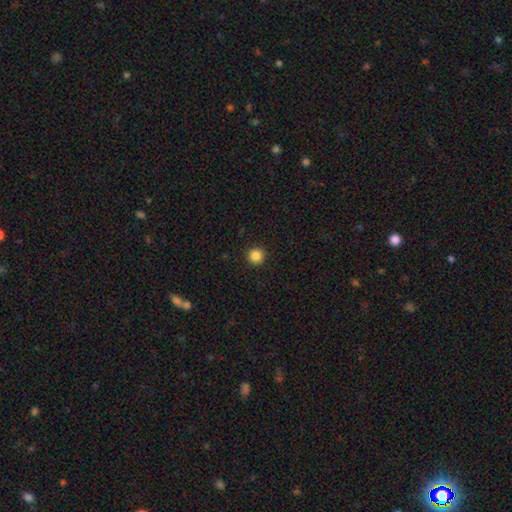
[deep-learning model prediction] Smooth or featured: smooth — 85% (star or artifact — 11%)
How rounded: round — 95% (in between — 4%)
Merging: none — 93% (minor disturbance — 5%)